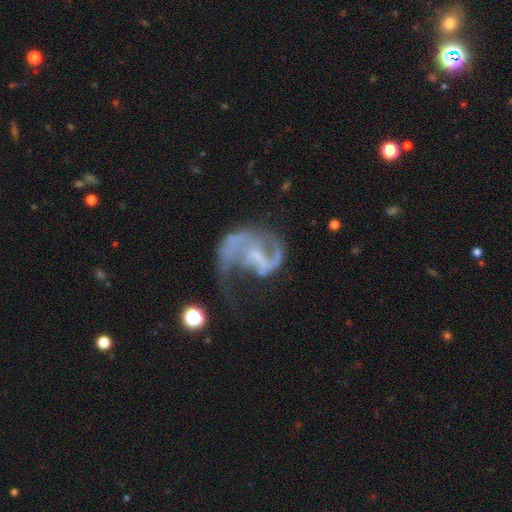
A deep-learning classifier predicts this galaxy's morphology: This appears to be a featured or disk galaxy (86%) with a weak bar (47%), 2 (71%) loose (52%) spiral arms (90%) and a small central bulge (51%). Merging: major disturbance (41%).